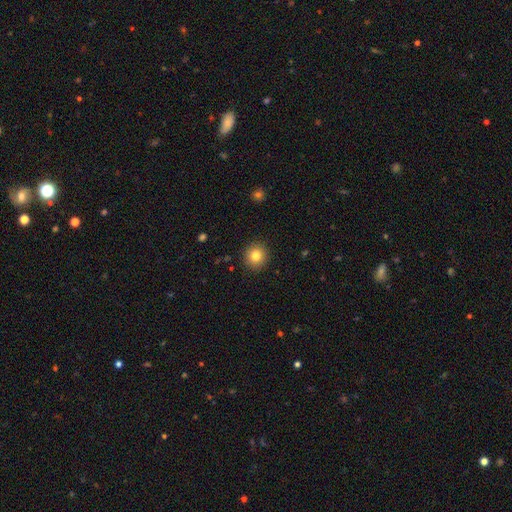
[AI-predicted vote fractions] A smooth galaxy with no disk features (82%) that is round (92%).

Vote fractions:
- Smooth or featured? smooth: 82% / star or artifact: 11% / featured or disk: 7%
- How rounded? round: 92% / in between: 7% / cigar-shaped: 1%
- Merging? none: 92% / minor disturbance: 6% / major disturbance: 2% / merger: 1%